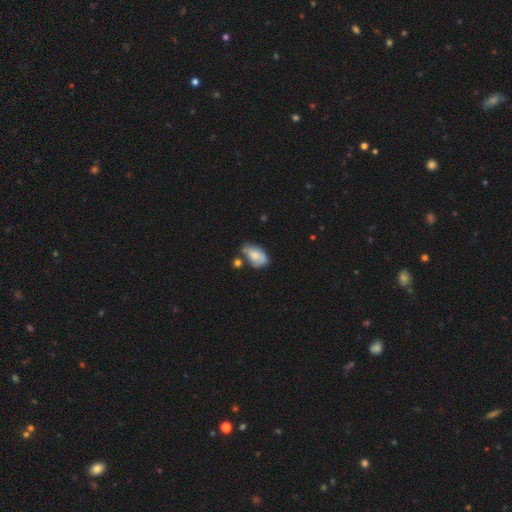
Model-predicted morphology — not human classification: Overall: smooth (66%; featured or disk 26%). How rounded: in between (89%). Merging: none (40%; minor disturbance 32%).